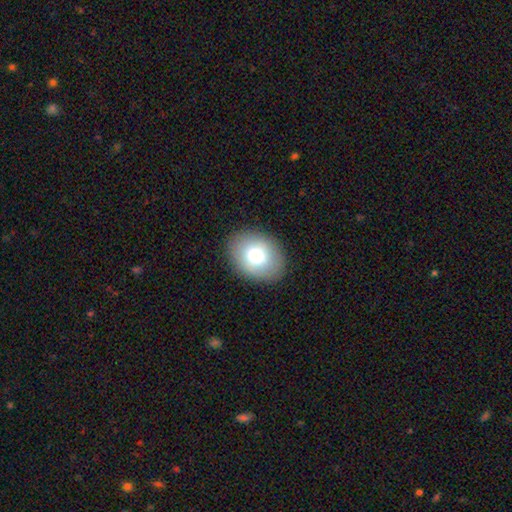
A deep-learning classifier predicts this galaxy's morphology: A smooth galaxy with no disk features (80%) that is in between round and cigar-shaped (70%). Merging: none (88%).